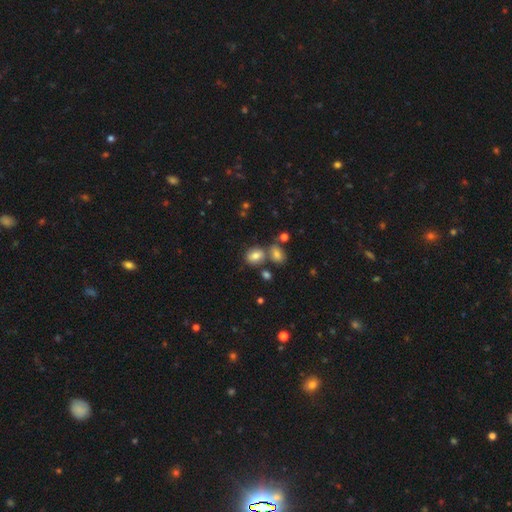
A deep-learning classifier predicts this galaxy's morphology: This is likely a smooth galaxy (78%). How rounded: likely in between (64%). Merging: possibly none (58%).